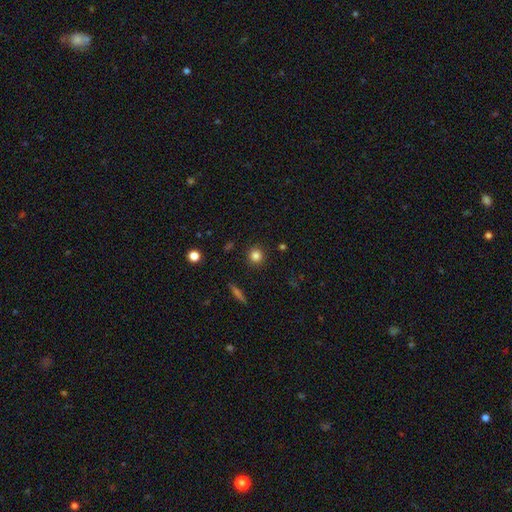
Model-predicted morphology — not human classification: The model was most divided on "smooth or featured": smooth: 83%, star or artifact: 12%, featured or disk: 6%. More confident: how rounded — round (92%); merging — none (91%).